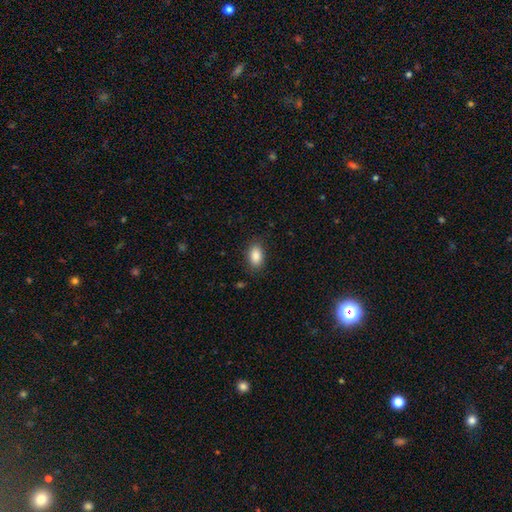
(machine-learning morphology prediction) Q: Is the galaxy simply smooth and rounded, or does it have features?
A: smooth — 88%.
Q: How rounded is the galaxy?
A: in between — 91%.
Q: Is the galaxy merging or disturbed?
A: none — 85%.